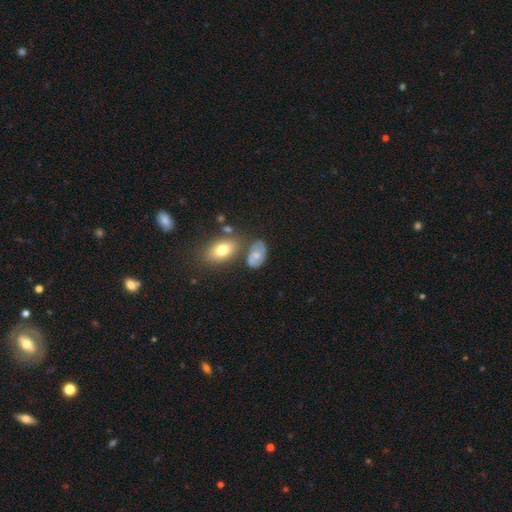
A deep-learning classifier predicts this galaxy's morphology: A smooth galaxy with no disk features (48%).

Vote fractions:
- Smooth or featured? smooth: 48% / featured or disk: 43% / star or artifact: 10%
- Merging? none: 57% / minor disturbance: 22% / merger: 13% / major disturbance: 8%